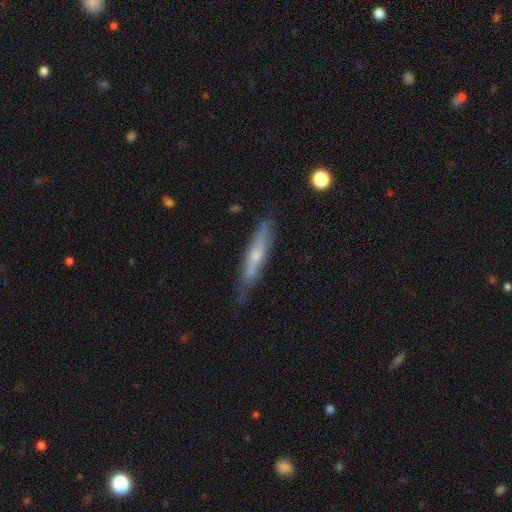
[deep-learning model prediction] Morphology: type=featured or disk (52%); edge-on=yes (76%); merging=none (71%).